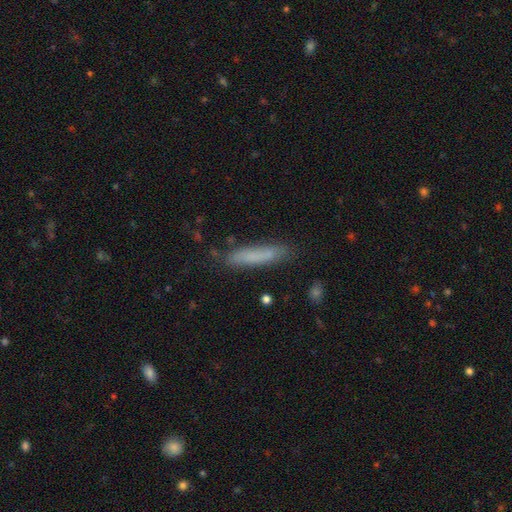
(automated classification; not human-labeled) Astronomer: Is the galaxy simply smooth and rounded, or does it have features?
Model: smooth — 74%.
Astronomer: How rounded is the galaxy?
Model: cigar-shaped — 89%.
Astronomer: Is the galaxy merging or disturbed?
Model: none — 79%.